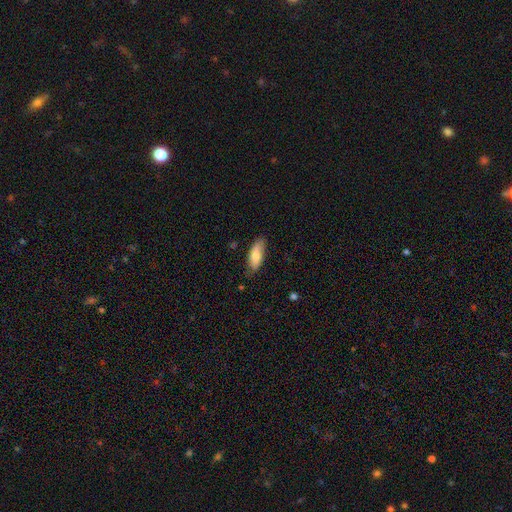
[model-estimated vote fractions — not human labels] Smooth or featured? Predicted: smooth (p=0.77). How rounded? Predicted: in between (p=0.73). Merging? Predicted: none (p=0.77).